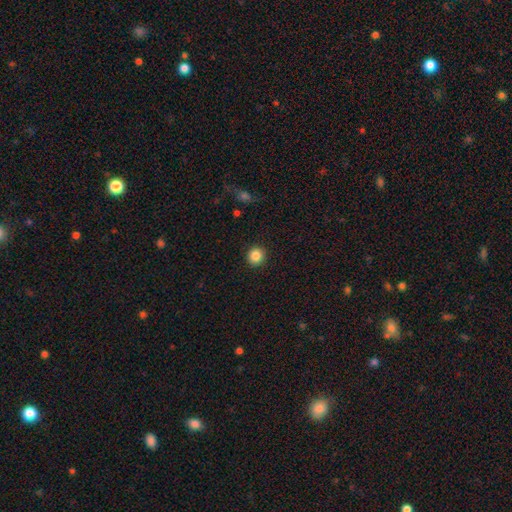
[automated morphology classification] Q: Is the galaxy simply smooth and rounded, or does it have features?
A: smooth — 86%.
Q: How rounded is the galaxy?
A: round — 91%.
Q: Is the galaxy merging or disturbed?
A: none — 92%.